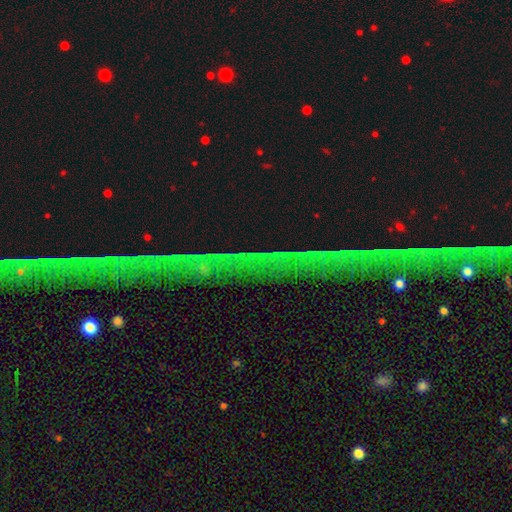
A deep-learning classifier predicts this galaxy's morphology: smooth-or-featured: star or artifact: 74% | featured or disk: 14% | smooth: 12%